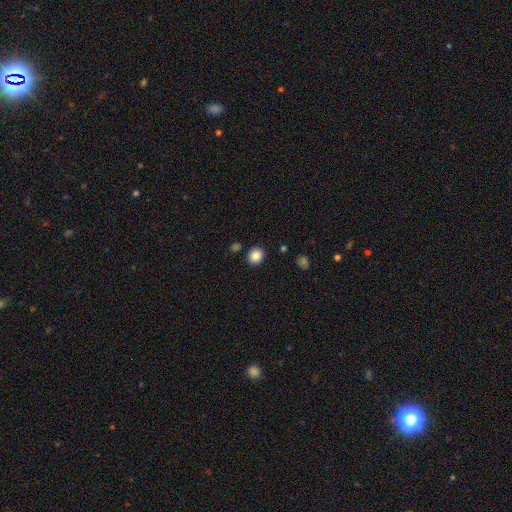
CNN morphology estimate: A smooth galaxy with no disk features (85%) that is round (76%). Merging: none (88%).